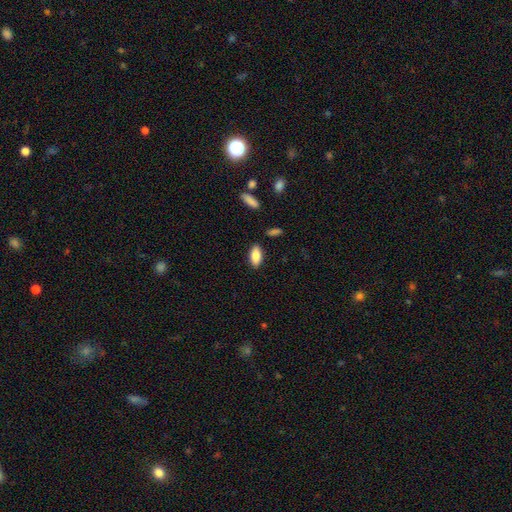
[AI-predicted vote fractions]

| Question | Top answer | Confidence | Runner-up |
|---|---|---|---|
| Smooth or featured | smooth | 84% | featured or disk (10%) |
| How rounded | in between | 88% | cigar-shaped (10%) |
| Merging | none | 86% | minor disturbance (10%) |